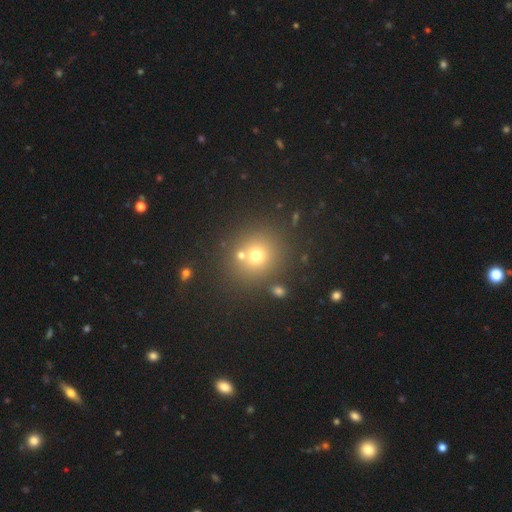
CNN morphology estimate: The model was most divided on "smooth or featured": smooth: 68%, star or artifact: 20%, featured or disk: 12%. More confident: how rounded — round (88%); merging — none (73%).